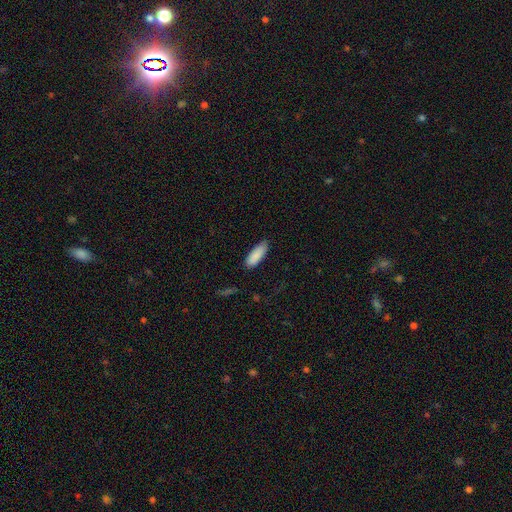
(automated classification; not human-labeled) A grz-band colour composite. It shows a smooth galaxy with no disk features (88%) that is in between round and cigar-shaped (69%). Merging: none (79%).